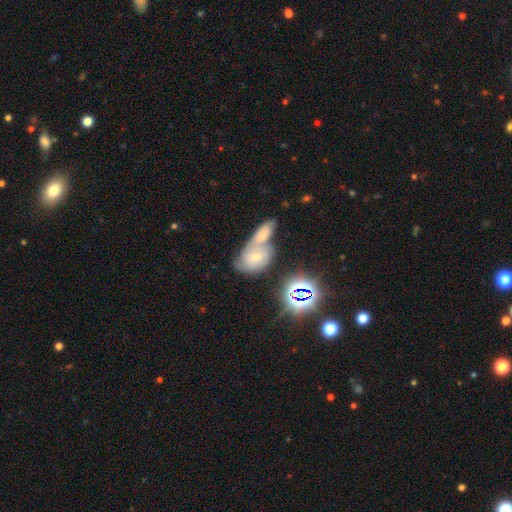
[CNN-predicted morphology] featured or disk 39%, smooth 36%, star or artifact 25%. Down the decision tree: merging — merger (60%).